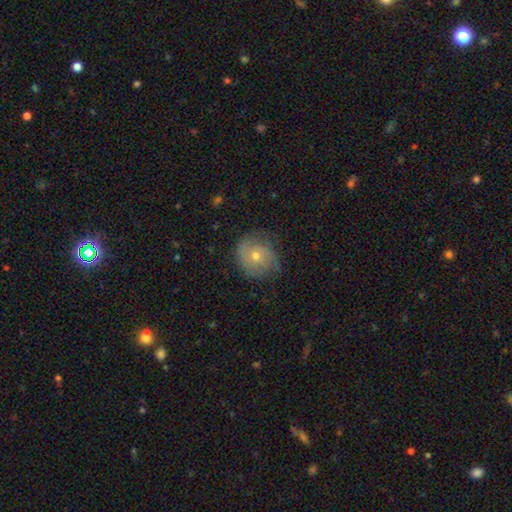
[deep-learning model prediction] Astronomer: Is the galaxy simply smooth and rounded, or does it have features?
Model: featured or disk — 47% (runner-up: smooth, 43%).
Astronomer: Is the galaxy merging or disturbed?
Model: none — 69%.